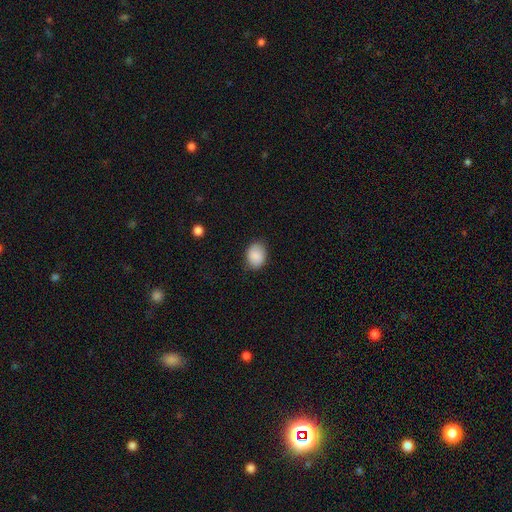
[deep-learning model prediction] Smooth or featured? smooth (88%)
How rounded? in between (62%)
Merging? none (81%)